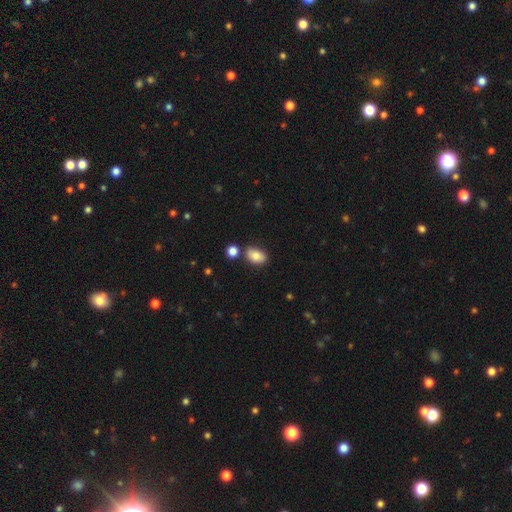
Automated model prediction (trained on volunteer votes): Q: Smooth or featured?
A: smooth (82%); runner-up: featured or disk (10%)
Q: How rounded?
A: in between (87%); runner-up: round (11%)
Q: Merging?
A: none (73%); runner-up: minor disturbance (14%)